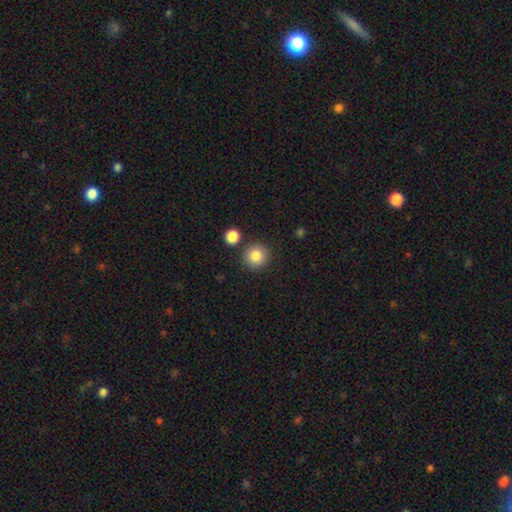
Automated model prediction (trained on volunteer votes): Smooth or featured?
  - smooth: 85% *
  - star or artifact: 9%
  - featured or disk: 6%
How rounded?
  - round: 93% *
  - in between: 6%
  - cigar-shaped: 1%
Merging?
  - none: 85% *
  - minor disturbance: 7%
  - merger: 6%
  - major disturbance: 2%